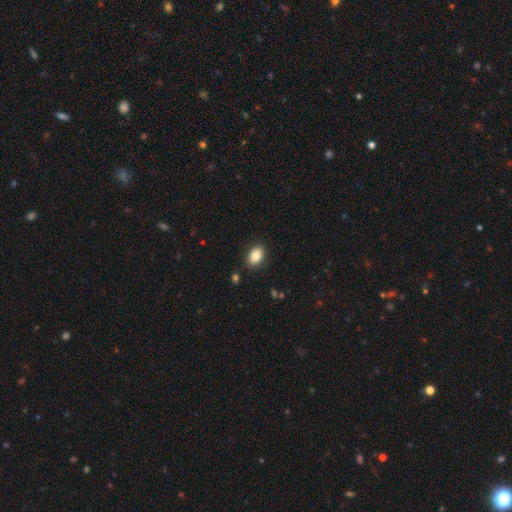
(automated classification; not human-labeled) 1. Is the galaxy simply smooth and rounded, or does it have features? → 85% smooth, 8% star or artifact, 8% featured or disk.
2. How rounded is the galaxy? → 84% in between, 15% round, 1% cigar-shaped.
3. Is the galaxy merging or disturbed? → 87% none, 9% minor disturbance, 2% major disturbance, 1% merger.